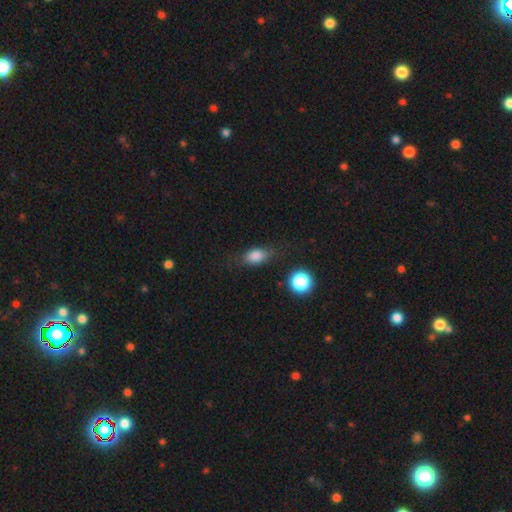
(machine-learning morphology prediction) This appears to be a smooth galaxy with no disk features (80%) that is in between round and cigar-shaped (77%). Merging: none (68%).